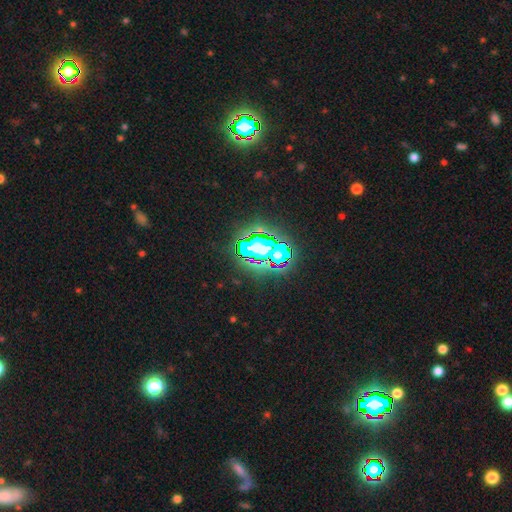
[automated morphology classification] Smooth or featured?
  - star or artifact: 68% *
  - smooth: 17%
  - featured or disk: 15%